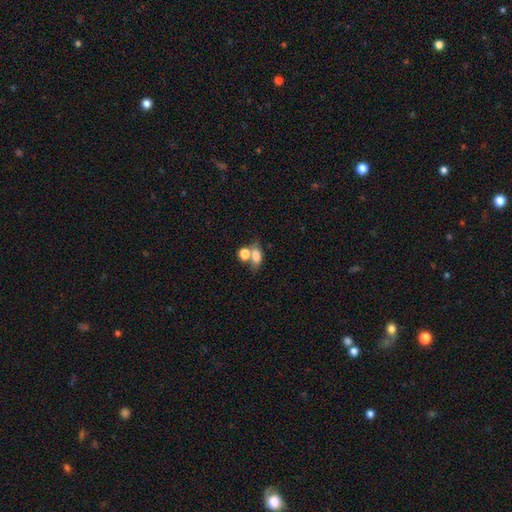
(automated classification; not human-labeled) Smooth or featured: smooth — 76% (featured or disk — 13%)
How rounded: in between — 77% (round — 19%)
Merging: merger — 44% (none — 38%)